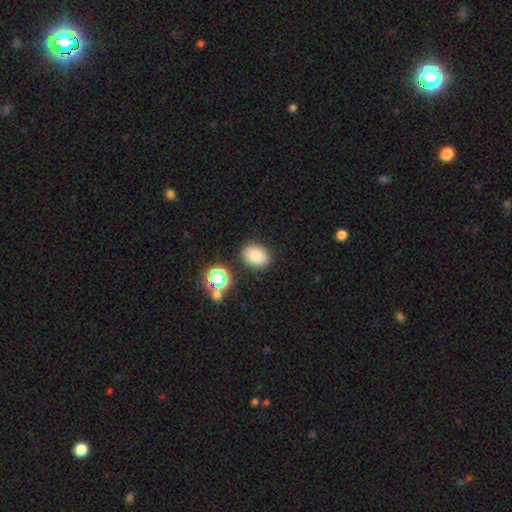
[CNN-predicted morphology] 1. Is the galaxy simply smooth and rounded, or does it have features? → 82% smooth, 12% star or artifact, 6% featured or disk.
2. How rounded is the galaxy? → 63% in between, 36% round, 1% cigar-shaped.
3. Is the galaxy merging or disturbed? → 85% none, 9% minor disturbance, 3% merger, 3% major disturbance.